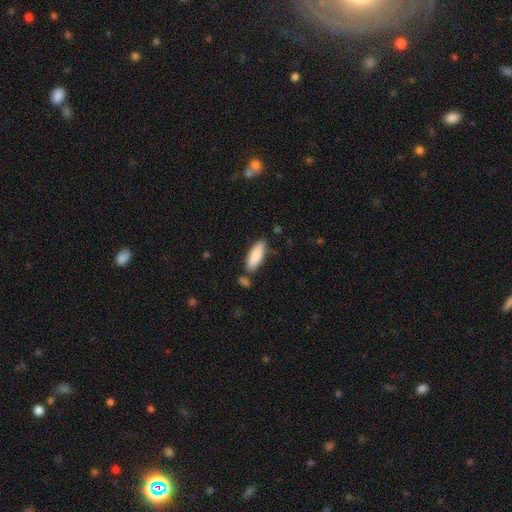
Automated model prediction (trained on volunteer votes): Overall: smooth (85%). How rounded: in between (69%). Merging: none (70%).